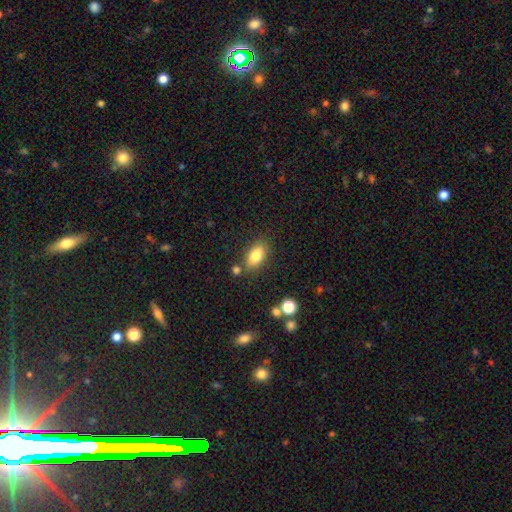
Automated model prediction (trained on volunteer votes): This is clearly a smooth galaxy (81%). How rounded: clearly in between (88%). Merging: likely none (78%).